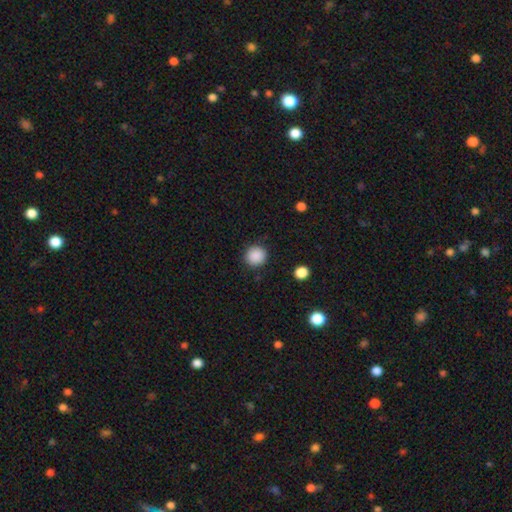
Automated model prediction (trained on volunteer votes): The model was most divided on "smooth or featured": smooth: 89%, star or artifact: 9%, featured or disk: 2%. More confident: how rounded — round (92%); merging — none (90%).